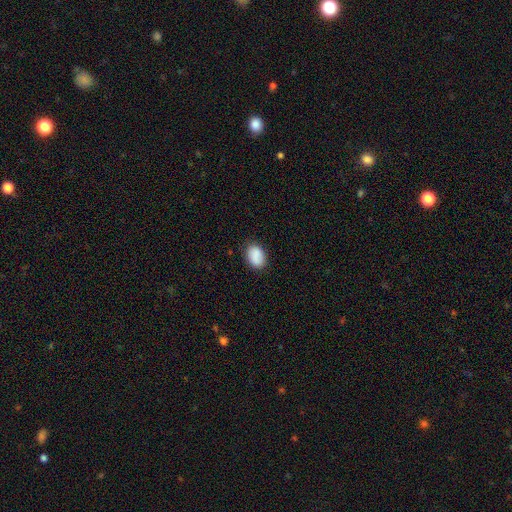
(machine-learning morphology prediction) Smooth or featured? Predicted: smooth (p=0.88). How rounded? Predicted: in between (p=0.83). Merging? Predicted: none (p=0.83).